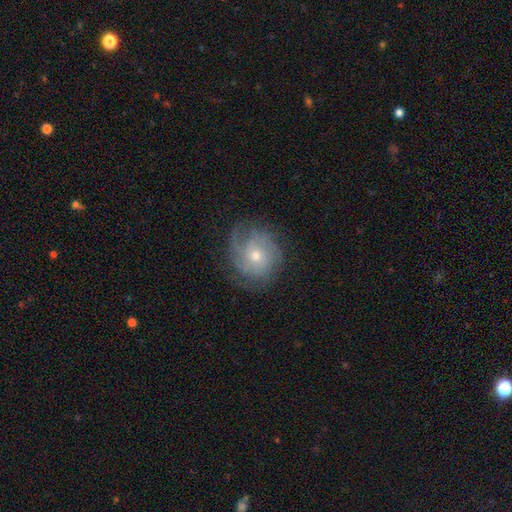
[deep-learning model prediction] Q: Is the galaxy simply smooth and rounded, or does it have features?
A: featured or disk — 75%.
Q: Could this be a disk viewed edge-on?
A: no — 97%.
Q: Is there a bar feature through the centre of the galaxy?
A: no — 76%.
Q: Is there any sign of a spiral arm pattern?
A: yes — 92%.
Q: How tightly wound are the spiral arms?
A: tight — 58%.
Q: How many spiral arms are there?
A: can't tell — 37%.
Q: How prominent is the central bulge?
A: moderate — 49%.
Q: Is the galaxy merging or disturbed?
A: none — 73%.